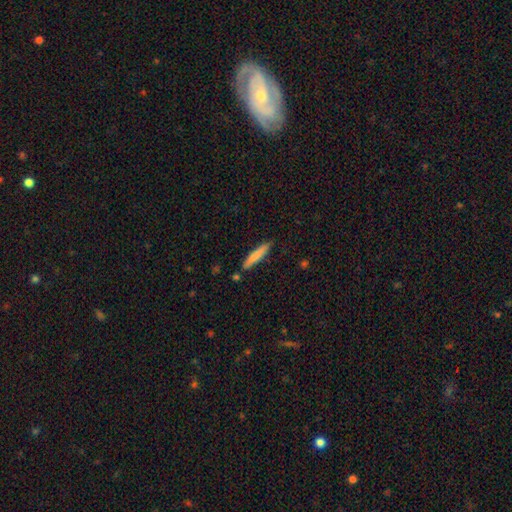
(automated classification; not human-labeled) Overall: smooth (77%). How rounded: cigar-shaped (90%). Merging: none (85%).